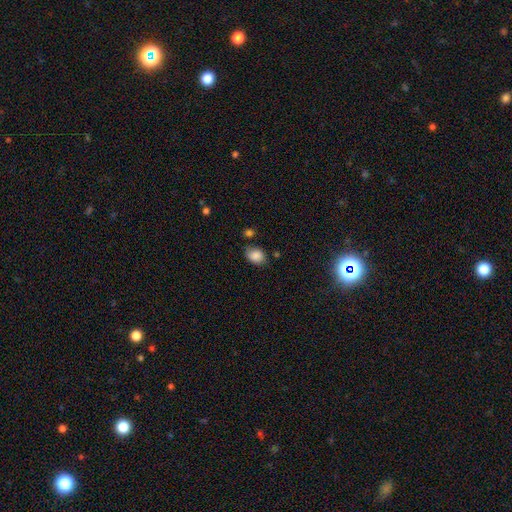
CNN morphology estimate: Smooth or featured: smooth — 86% (star or artifact — 9%)
How rounded: in between — 65% (round — 34%)
Merging: none — 72% (minor disturbance — 19%)